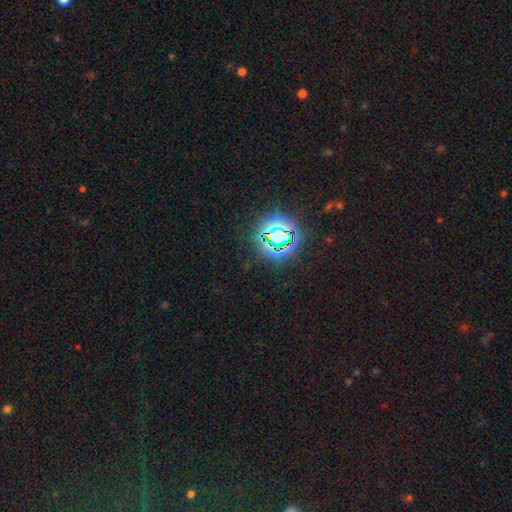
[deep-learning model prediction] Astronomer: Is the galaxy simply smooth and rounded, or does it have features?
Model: star or artifact — 80%.